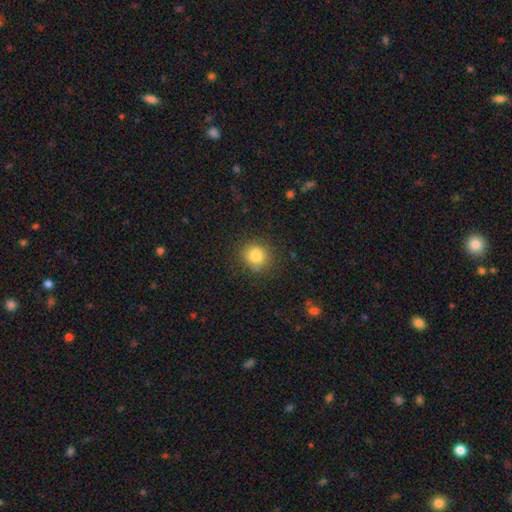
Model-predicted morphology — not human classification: Q: Smooth or featured?
A: smooth (82%); runner-up: star or artifact (11%)
Q: How rounded?
A: round (87%); runner-up: in between (12%)
Q: Merging?
A: none (85%); runner-up: minor disturbance (11%)